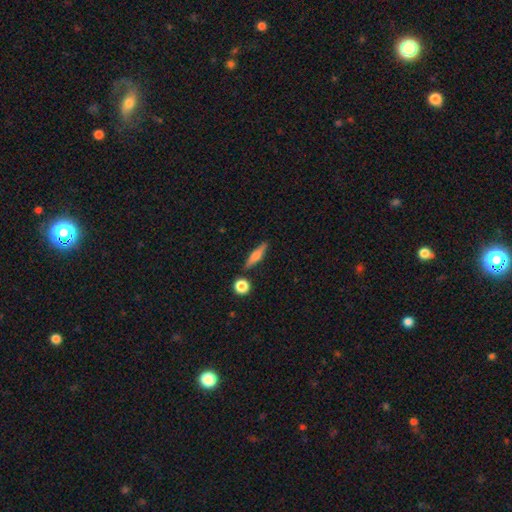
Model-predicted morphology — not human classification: The model was most divided on "smooth or featured": smooth: 52%, featured or disk: 40%, star or artifact: 8%. More confident: merging — none (84%); how rounded — cigar-shaped (72%).